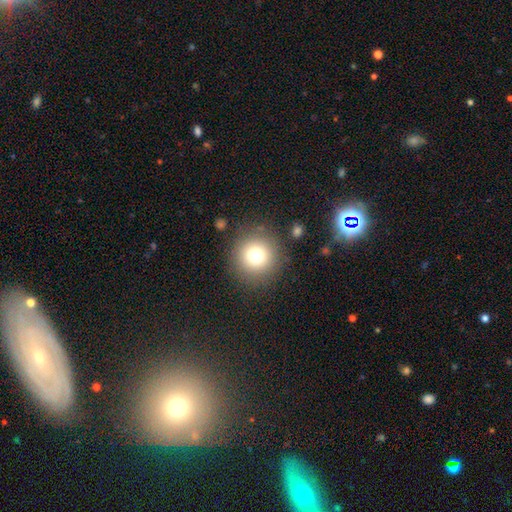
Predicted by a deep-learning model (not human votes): The model was most divided on "smooth or featured": smooth: 76%, star or artifact: 13%, featured or disk: 10%. More confident: how rounded — round (95%); merging — none (86%).